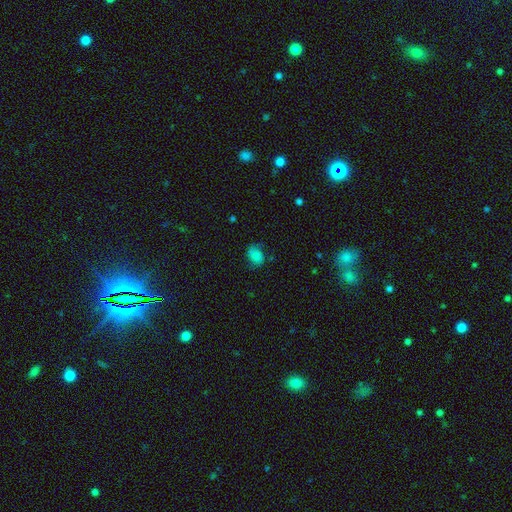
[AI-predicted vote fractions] A smooth galaxy with no disk features (78%) that is in between round and cigar-shaped (72%).

Vote fractions:
- Smooth or featured? smooth: 78% / star or artifact: 12% / featured or disk: 10%
- How rounded? in between: 72% / round: 27% / cigar-shaped: 1%
- Merging? none: 58% / minor disturbance: 28% / major disturbance: 11% / merger: 2%